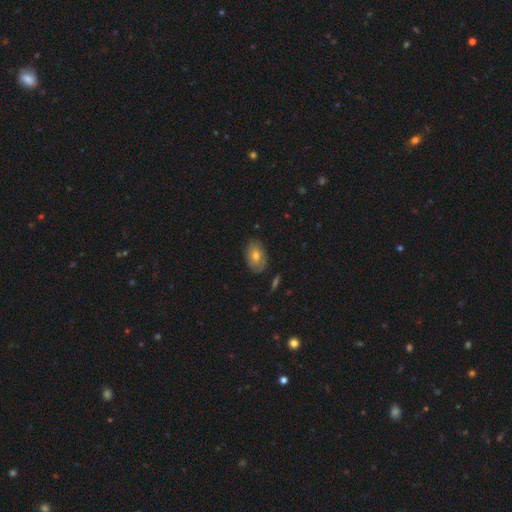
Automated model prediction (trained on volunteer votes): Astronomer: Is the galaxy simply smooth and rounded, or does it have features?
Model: smooth — 62%.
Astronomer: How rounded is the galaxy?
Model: in between — 88%.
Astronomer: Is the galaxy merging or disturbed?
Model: none — 80%.